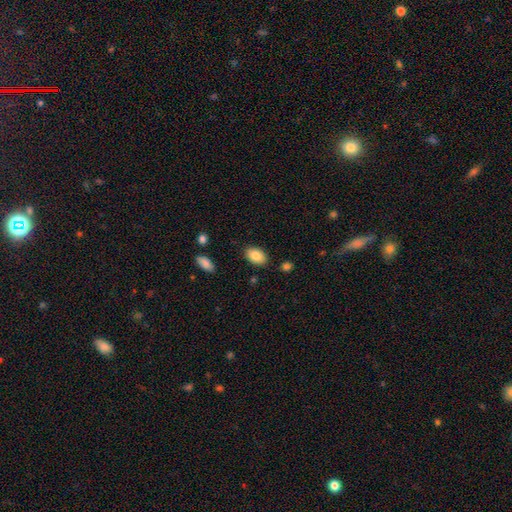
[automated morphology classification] This appears to be a smooth galaxy with no disk features (86%) that is in between round and cigar-shaped (90%). Merging: none (85%).